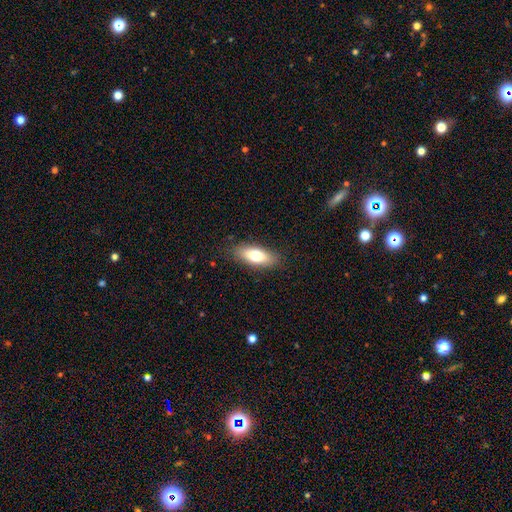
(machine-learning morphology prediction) This appears to be a smooth galaxy with no disk features (74%) that is in between round and cigar-shaped (75%). Merging: none (85%).